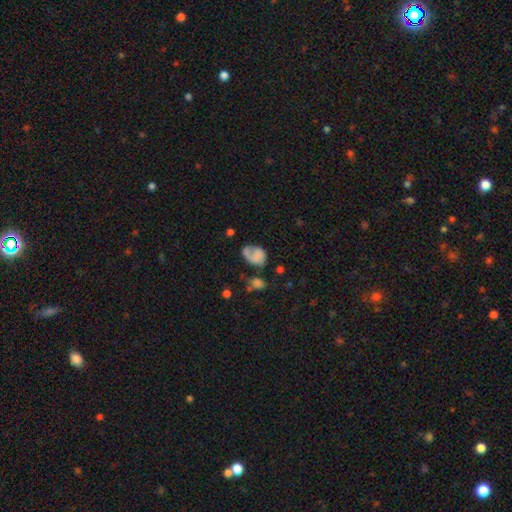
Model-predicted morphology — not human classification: Q: Smooth or featured?
A: smooth (57%); runner-up: featured or disk (32%)
Q: How rounded?
A: in between (69%); runner-up: round (30%)
Q: Merging?
A: none (32%); runner-up: major disturbance (31%)